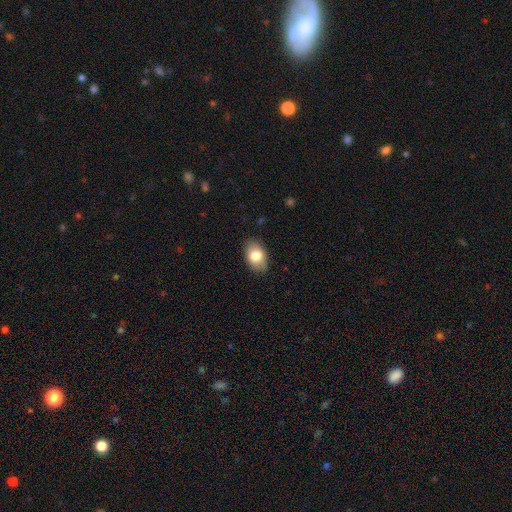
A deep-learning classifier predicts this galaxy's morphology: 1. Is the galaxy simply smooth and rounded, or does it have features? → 81% smooth, 12% featured or disk, 7% star or artifact.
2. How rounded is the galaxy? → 88% in between, 11% round, 1% cigar-shaped.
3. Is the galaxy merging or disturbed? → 85% none, 11% minor disturbance, 2% major disturbance, 1% merger.